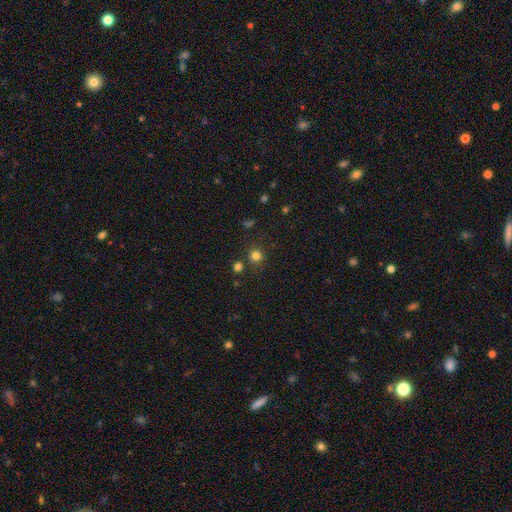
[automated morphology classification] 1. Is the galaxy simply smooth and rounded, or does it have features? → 78% smooth, 16% star or artifact, 5% featured or disk.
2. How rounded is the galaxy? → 92% round, 7% in between, 1% cigar-shaped.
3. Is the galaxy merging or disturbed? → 82% none, 8% minor disturbance, 7% merger, 3% major disturbance.